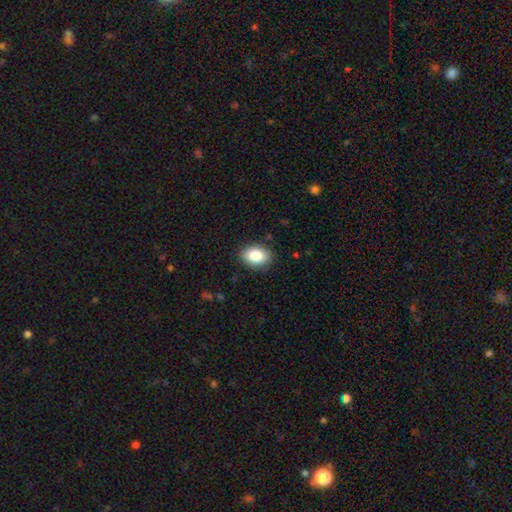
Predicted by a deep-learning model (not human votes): A smooth galaxy with no disk features (86%) that is in between round and cigar-shaped (83%).

Vote fractions:
- Smooth or featured? smooth: 86% / star or artifact: 8% / featured or disk: 7%
- How rounded? in between: 83% / round: 16% / cigar-shaped: 1%
- Merging? none: 88% / minor disturbance: 9% / major disturbance: 2% / merger: 1%